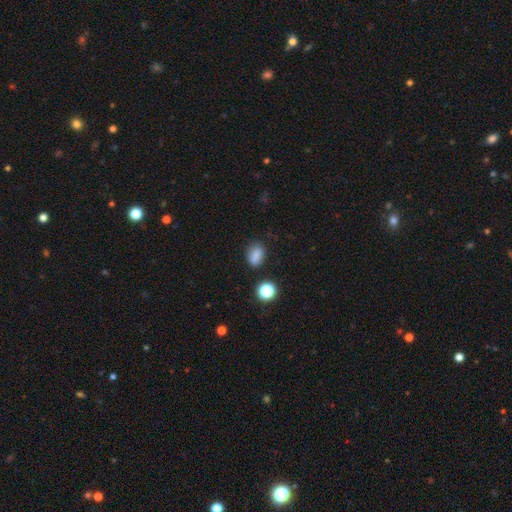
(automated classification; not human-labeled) Q: Smooth or featured?
A: smooth (81%); runner-up: star or artifact (13%)
Q: How rounded?
A: in between (72%); runner-up: round (25%)
Q: Merging?
A: none (73%); runner-up: minor disturbance (17%)